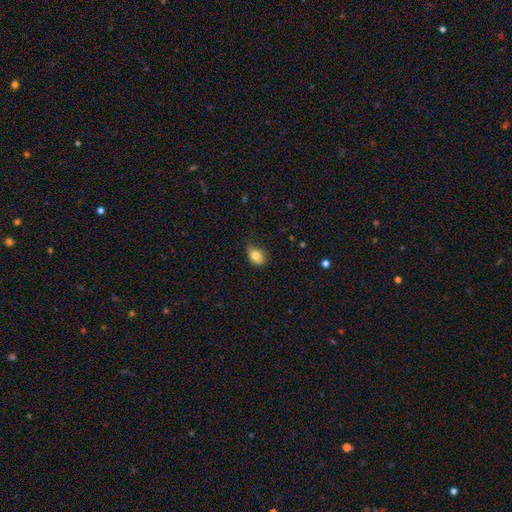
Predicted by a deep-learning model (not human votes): smooth-or-featured: smooth: 81% | featured or disk: 11% | star or artifact: 9%
  how-rounded: in between: 75% | round: 24% | cigar-shaped: 1%
  merging: none: 63% | minor disturbance: 29% | major disturbance: 6% | merger: 1%